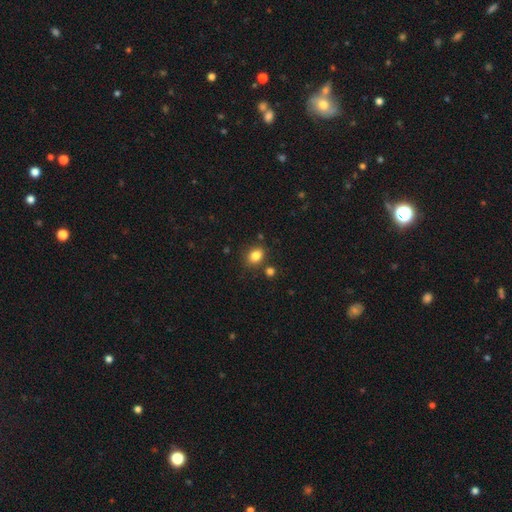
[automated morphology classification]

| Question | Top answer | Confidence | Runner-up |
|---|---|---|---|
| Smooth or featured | smooth | 83% | star or artifact (11%) |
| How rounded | in between | 57% | round (42%) |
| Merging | none | 78% | minor disturbance (12%) |